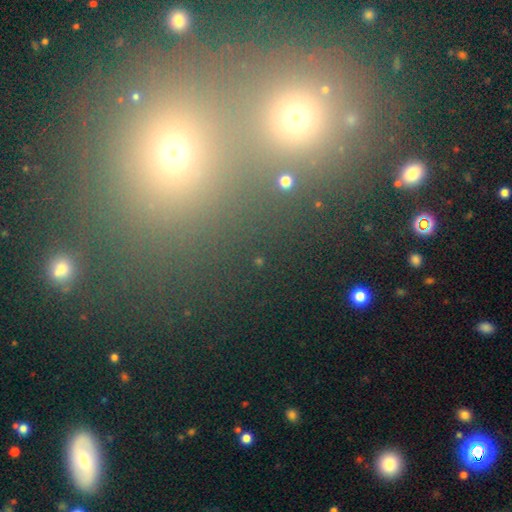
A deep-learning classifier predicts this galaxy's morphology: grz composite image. It shows a smooth galaxy with no disk features (45%). Merging: none (52%).